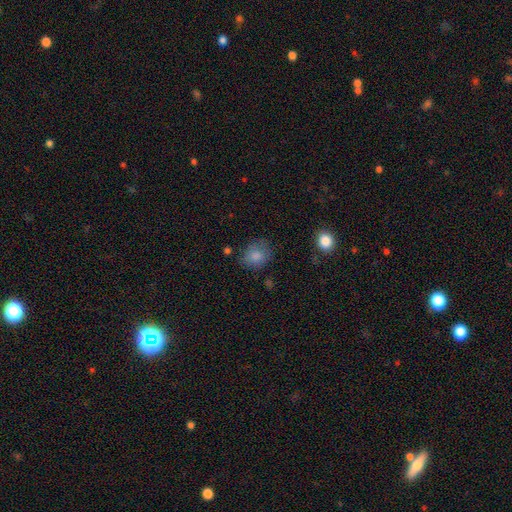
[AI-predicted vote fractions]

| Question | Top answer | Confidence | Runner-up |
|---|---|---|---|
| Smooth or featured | smooth | 82% | star or artifact (9%) |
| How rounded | round | 70% | in between (29%) |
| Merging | none | 67% | minor disturbance (22%) |